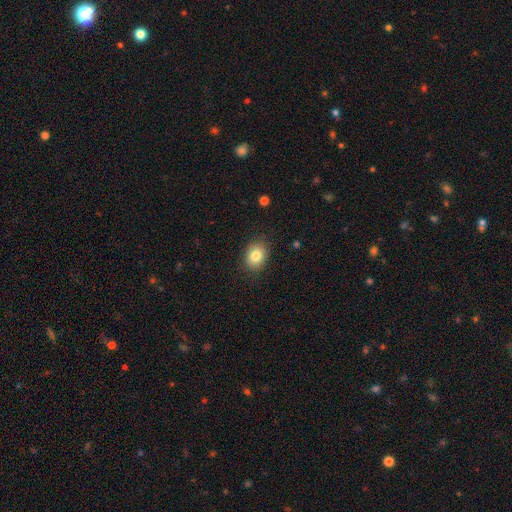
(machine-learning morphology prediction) Q: Smooth or featured?
A: smooth (82%); runner-up: star or artifact (9%)
Q: How rounded?
A: in between (55%); runner-up: round (44%)
Q: Merging?
A: none (87%); runner-up: minor disturbance (10%)